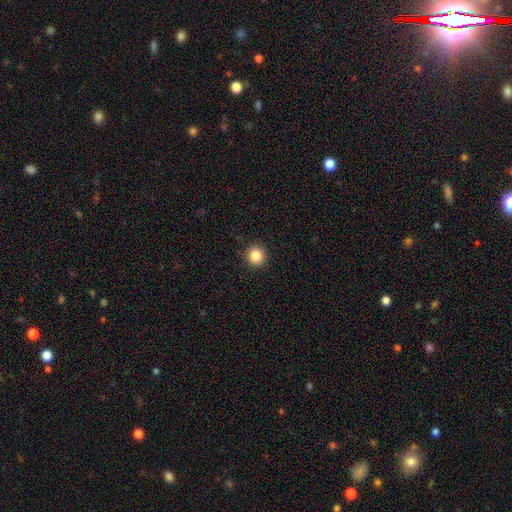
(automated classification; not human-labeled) Smooth or featured: smooth — 86% (star or artifact — 10%)
How rounded: round — 93% (in between — 6%)
Merging: none — 93% (minor disturbance — 5%)